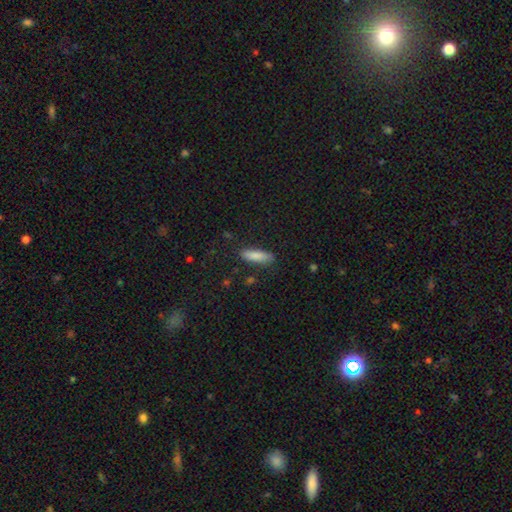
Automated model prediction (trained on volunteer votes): smooth 85%, featured or disk 9%, star or artifact 7%. Down the decision tree: how rounded — cigar-shaped (53%); merging — none (82%).